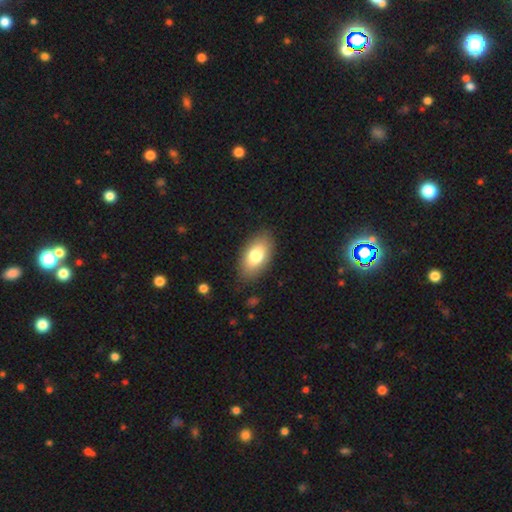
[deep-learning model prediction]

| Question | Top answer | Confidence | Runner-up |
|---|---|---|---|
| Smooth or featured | smooth | 76% | featured or disk (17%) |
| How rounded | in between | 92% | round (5%) |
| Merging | none | 84% | minor disturbance (12%) |